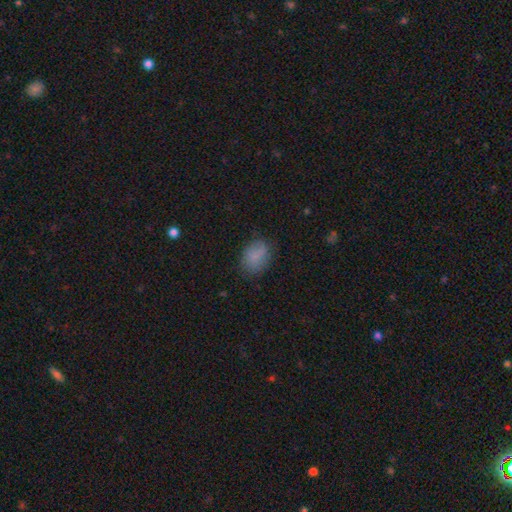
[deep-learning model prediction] A smooth galaxy with no disk features (80%) that is in between round and cigar-shaped (68%).

Vote fractions:
- Smooth or featured? smooth: 80% / featured or disk: 11% / star or artifact: 9%
- How rounded? in between: 68% / round: 31% / cigar-shaped: 1%
- Merging? none: 72% / minor disturbance: 20% / major disturbance: 6% / merger: 1%